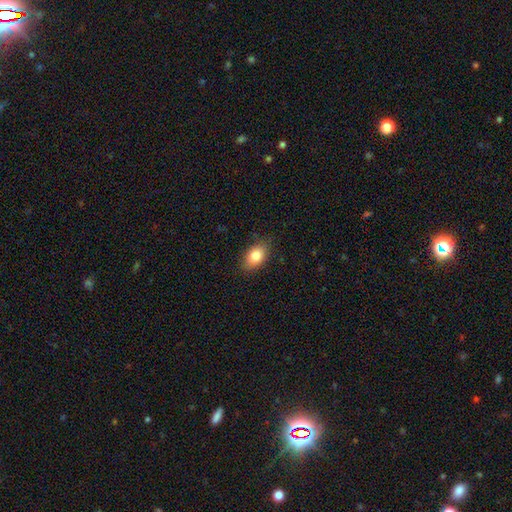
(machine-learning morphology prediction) This is clearly a smooth galaxy (85%). How rounded: clearly in between (88%). Merging: clearly none (82%).